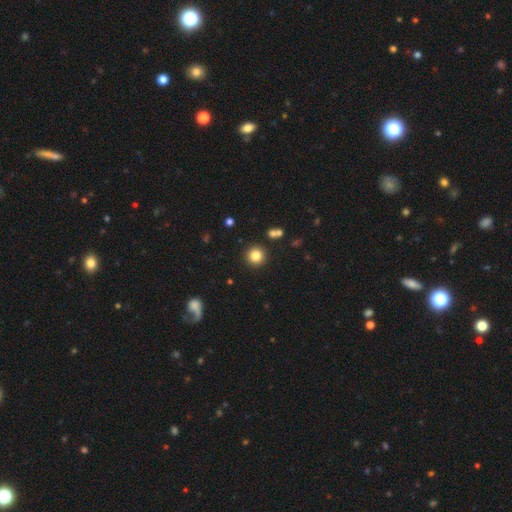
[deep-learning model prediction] A smooth galaxy with no disk features (83%) that is round (95%).

Vote fractions:
- Smooth or featured? smooth: 83% / star or artifact: 11% / featured or disk: 6%
- How rounded? round: 95% / in between: 5% / cigar-shaped: 1%
- Merging? none: 89% / minor disturbance: 5% / merger: 3% / major disturbance: 2%